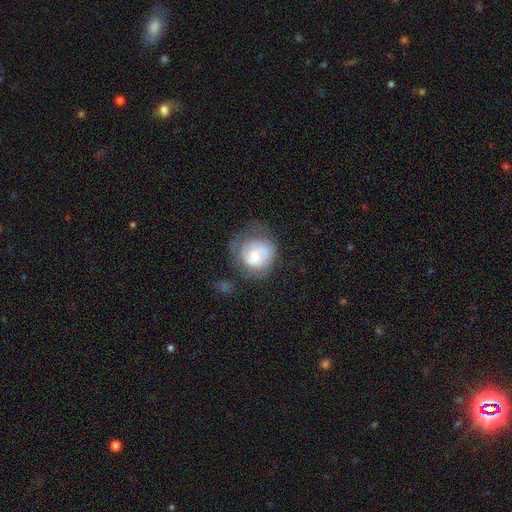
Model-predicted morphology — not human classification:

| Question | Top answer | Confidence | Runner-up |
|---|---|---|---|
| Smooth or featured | smooth | 47% | featured or disk (45%) |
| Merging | none | 43% | minor disturbance (28%) |